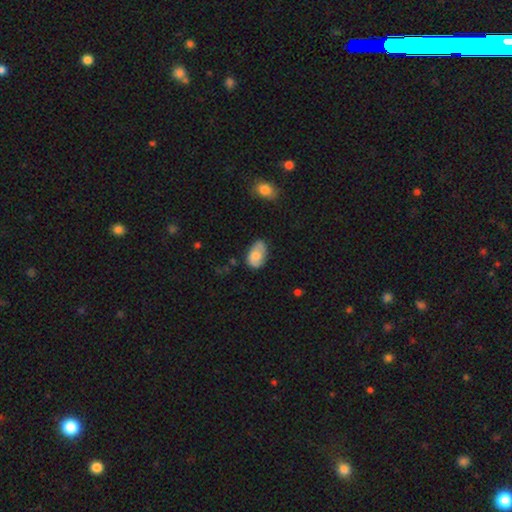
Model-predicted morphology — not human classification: smooth-or-featured: smooth: 65% | featured or disk: 28% | star or artifact: 7%
  how-rounded: in between: 90% | round: 8% | cigar-shaped: 1%
  merging: none: 58% | minor disturbance: 32% | major disturbance: 7% | merger: 3%